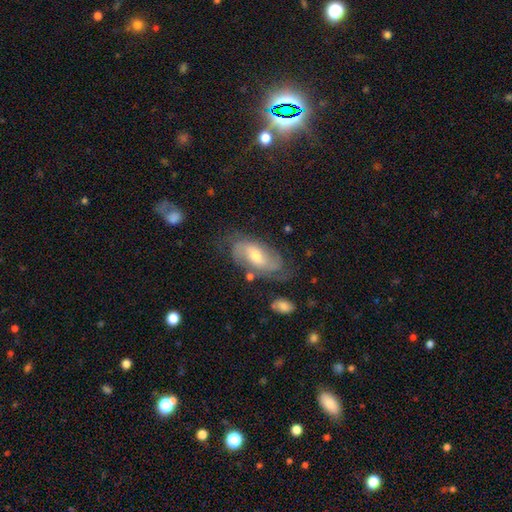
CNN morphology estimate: type=featured or disk (74%); edge-on=no (92%); bar=no (46%); spiral arms=yes (90%); winding=tight (42%); arm count=2 (59%); bulge=moderate (61%); merging=none (67%).